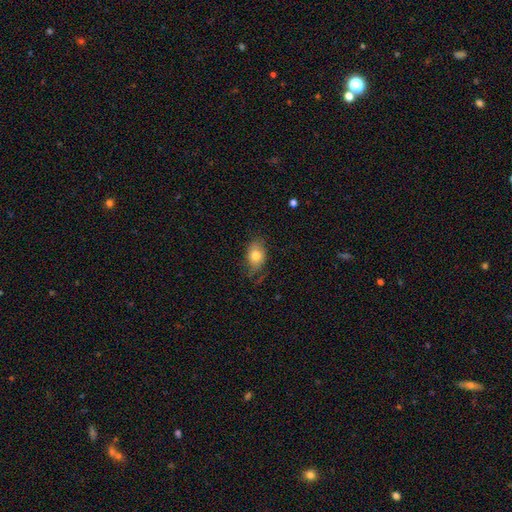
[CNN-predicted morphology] This appears to be a smooth galaxy with no disk features (75%) that is in between round and cigar-shaped (81%). Merging: none (63%).